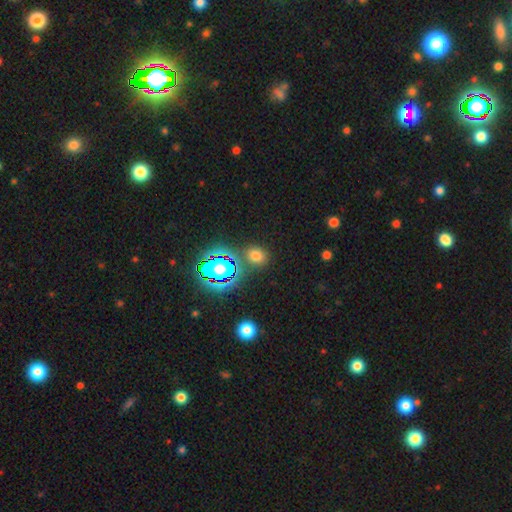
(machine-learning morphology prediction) smooth 64%, star or artifact 29%, featured or disk 7%. Down the decision tree: how rounded — round (62%); merging — none (83%).